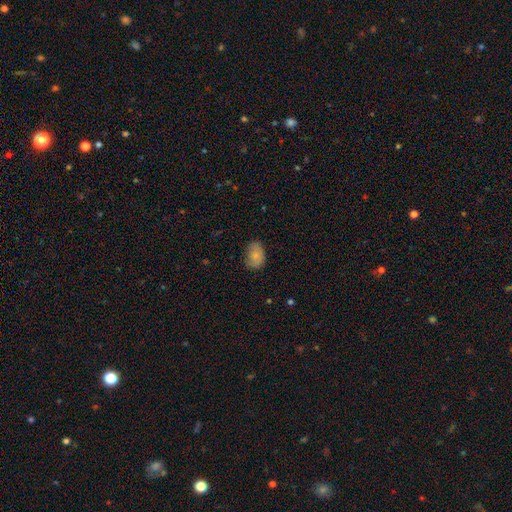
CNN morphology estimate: Smooth or featured: smooth — 78% (featured or disk — 14%)
How rounded: in between — 81% (round — 18%)
Merging: none — 69% (minor disturbance — 25%)